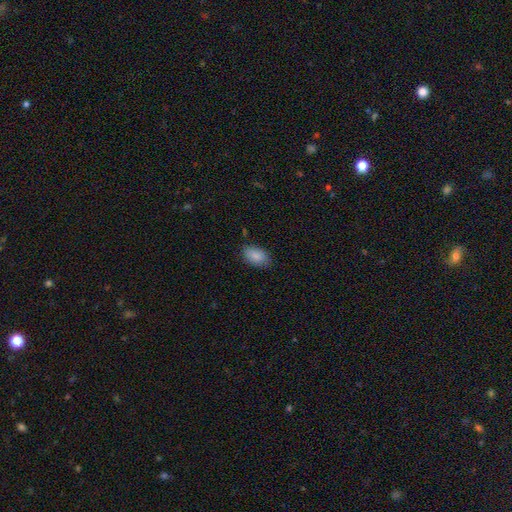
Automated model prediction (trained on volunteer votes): The model was most divided on "merging": none: 81%, minor disturbance: 14%, major disturbance: 3%, merger: 1%. More confident: how rounded — in between (92%); smooth or featured — smooth (88%).